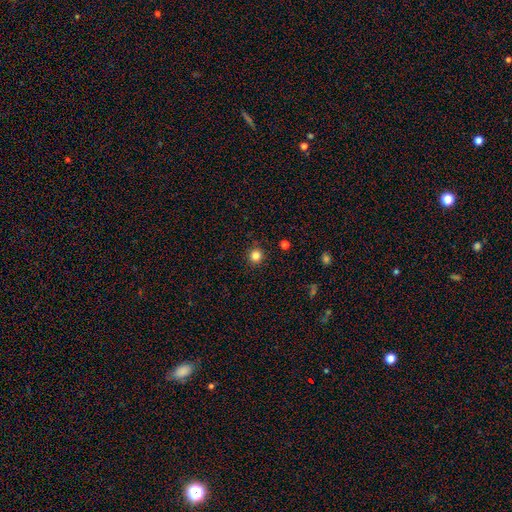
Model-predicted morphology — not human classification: Smooth or featured?
  - smooth: 83% *
  - star or artifact: 13%
  - featured or disk: 5%
How rounded?
  - round: 94% *
  - in between: 6%
  - cigar-shaped: 1%
Merging?
  - none: 91% *
  - minor disturbance: 6%
  - major disturbance: 2%
  - merger: 1%